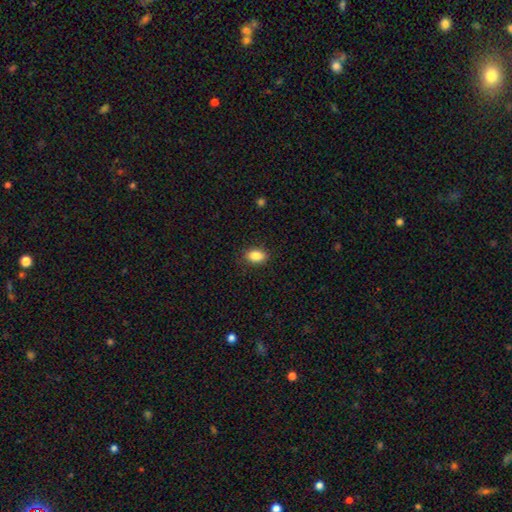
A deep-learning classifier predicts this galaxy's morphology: type=smooth (86%); roundness=in between (83%); merging=none (87%).